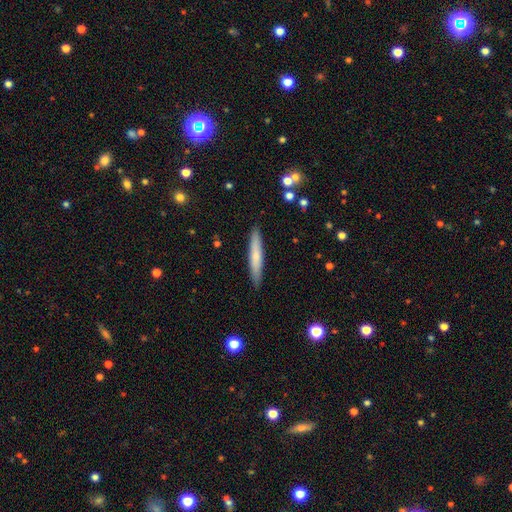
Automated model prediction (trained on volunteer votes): Smooth or featured: smooth — 68% (featured or disk — 26%)
How rounded: cigar-shaped — 94% (in between — 5%)
Merging: none — 90% (minor disturbance — 7%)